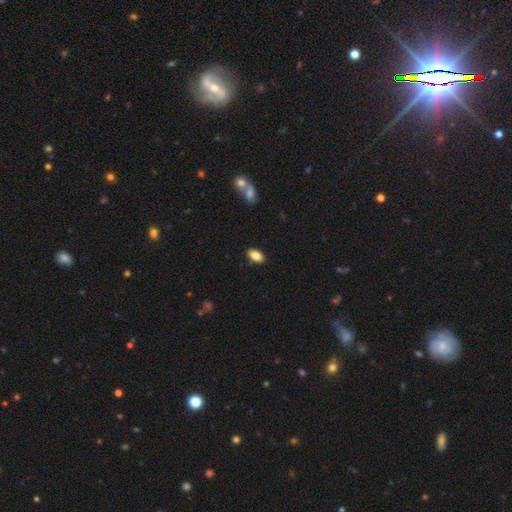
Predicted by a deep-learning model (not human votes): Smooth or featured? Predicted: smooth (p=0.84). How rounded? Predicted: in between (p=0.91). Merging? Predicted: none (p=0.87).